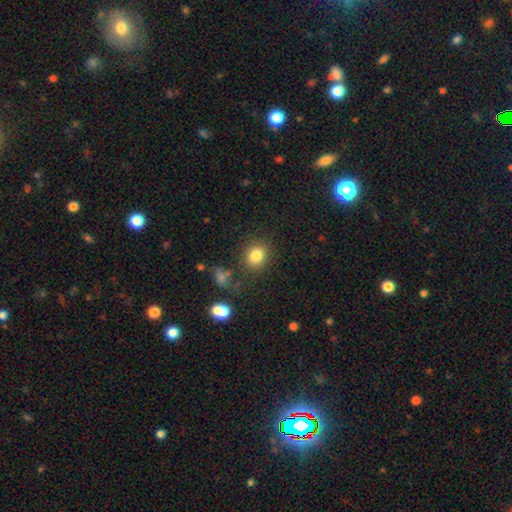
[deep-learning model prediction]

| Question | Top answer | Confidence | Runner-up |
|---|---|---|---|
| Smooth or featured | smooth | 82% | star or artifact (11%) |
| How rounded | round | 77% | in between (22%) |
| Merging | none | 83% | minor disturbance (10%) |